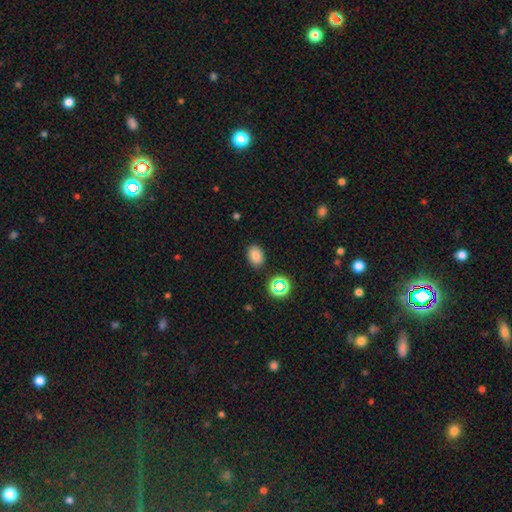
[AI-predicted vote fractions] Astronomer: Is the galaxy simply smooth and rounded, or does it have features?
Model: smooth — 78%.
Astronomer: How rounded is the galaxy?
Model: in between — 80%.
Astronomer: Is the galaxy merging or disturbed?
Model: none — 85%.